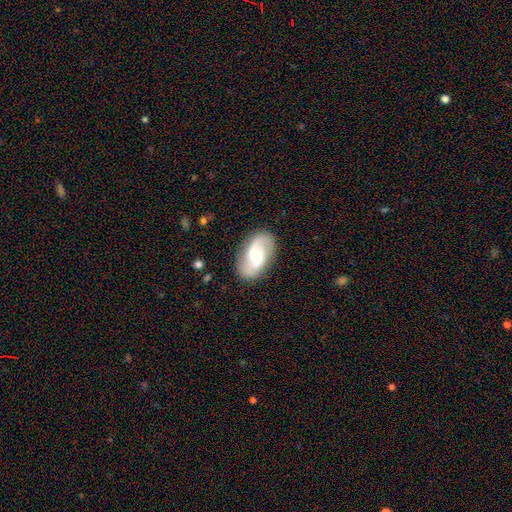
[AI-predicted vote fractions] A featured or disk galaxy (75%) with a weak bar (46%), 2 (91%) loose (46%) spiral arms (93%) and a moderate central bulge (51%). Merging: none (85%).